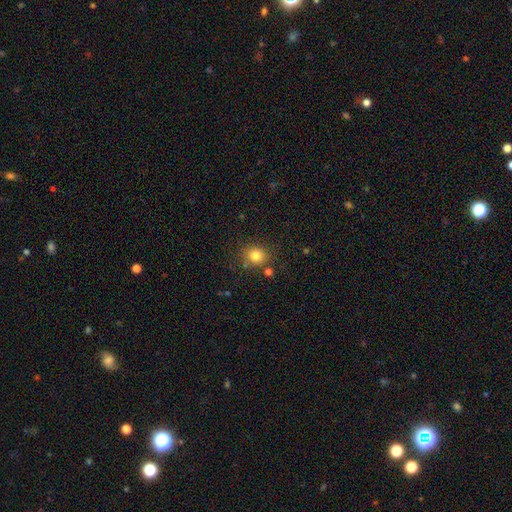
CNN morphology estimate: Q: Smooth or featured?
A: smooth (81%); runner-up: star or artifact (13%)
Q: How rounded?
A: round (78%); runner-up: in between (21%)
Q: Merging?
A: none (80%); runner-up: minor disturbance (10%)